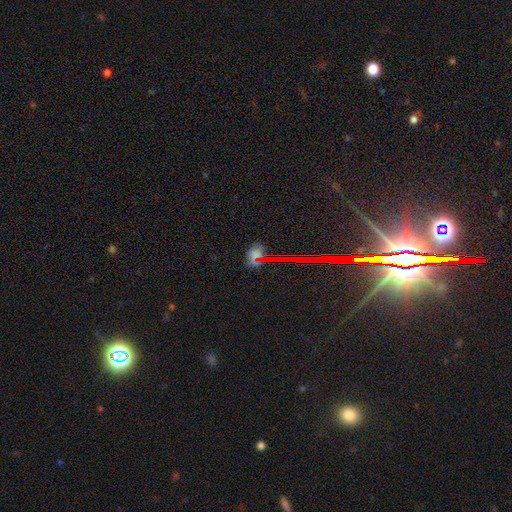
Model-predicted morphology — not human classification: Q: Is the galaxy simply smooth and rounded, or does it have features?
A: smooth — 46%.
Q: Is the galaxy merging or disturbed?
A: none — 76%.